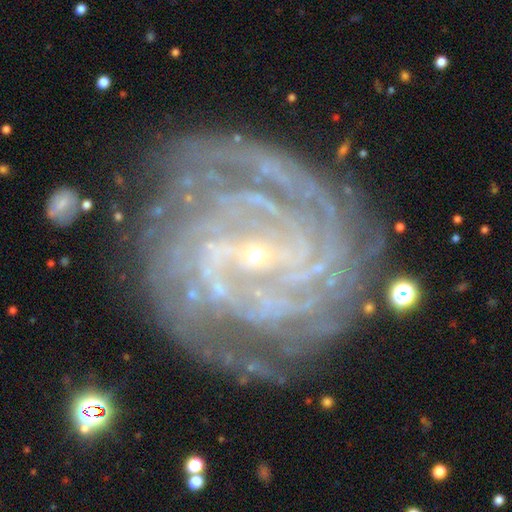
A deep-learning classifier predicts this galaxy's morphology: Smooth or featured?
  - featured or disk: 89% *
  - star or artifact: 6%
  - smooth: 5%
Edge-on disk?
  - no: 97% *
  - yes: 3%
Bar?
  - weak: 41% *
  - strong: 32%
  - no: 27%
Spiral arms?
  - yes: 98% *
  - no: 2%
Spiral winding?
  - tight: 75% *
  - medium: 21%
  - loose: 4%
Spiral arm count?
  - can't tell: 23% * (tied)
  - 4: 23% * (tied)
  - 2: 16%
  - more than 4: 15%
  - 3: 15%
  - 1: 8%
Bulge size?
  - small: 88% *
  - moderate: 7%
  - none: 3%
  - large: 1%
  - dominant: 1%
Merging?
  - none: 77% *
  - minor disturbance: 15%
  - major disturbance: 6%
  - merger: 2%